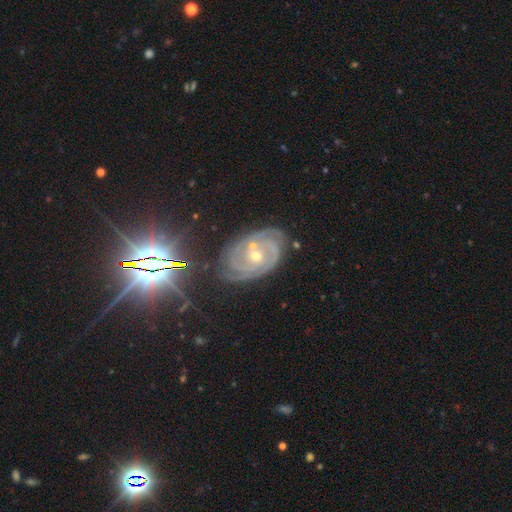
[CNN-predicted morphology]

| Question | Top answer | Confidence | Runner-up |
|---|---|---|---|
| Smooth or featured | featured or disk | 83% | star or artifact (12%) |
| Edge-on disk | no | 97% | yes (3%) |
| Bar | no | 57% | weak (31%) |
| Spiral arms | yes | 98% | no (2%) |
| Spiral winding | tight | 76% | medium (20%) |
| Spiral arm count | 3 | 30% | 2 (26%) |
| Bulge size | small | 55% | moderate (42%) |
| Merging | none | 76% | minor disturbance (16%) |